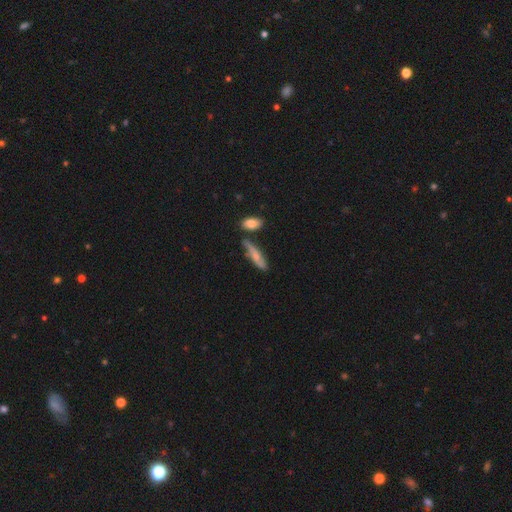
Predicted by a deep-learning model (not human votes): Q: Smooth or featured?
A: smooth (49%); runner-up: featured or disk (44%)
Q: Merging?
A: none (61%); runner-up: minor disturbance (23%)